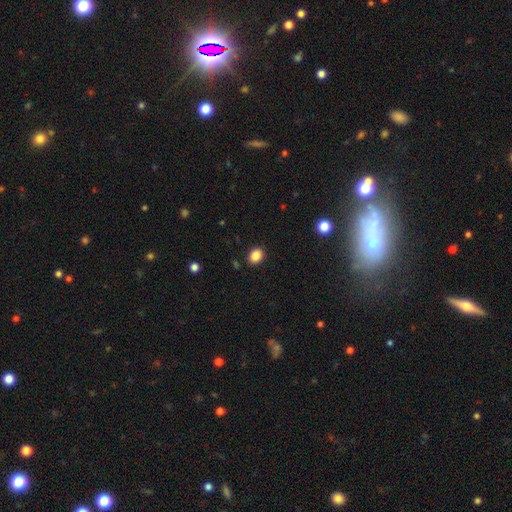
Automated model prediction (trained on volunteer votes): Smooth or featured? Predicted: smooth (p=0.86). How rounded? Predicted: round (p=0.56). Merging? Predicted: none (p=0.90).